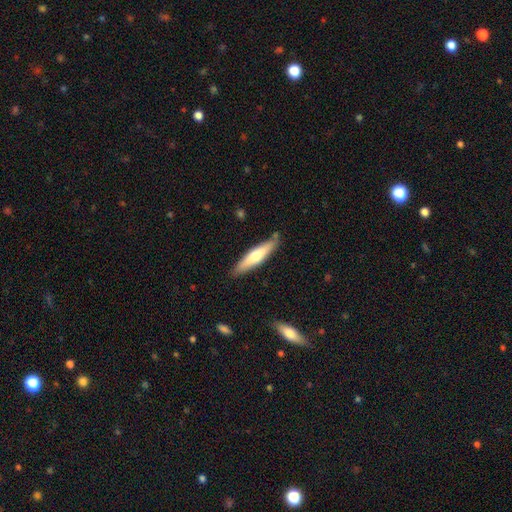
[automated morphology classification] Smooth or featured? smooth (57%)
How rounded? cigar-shaped (82%)
Merging? none (85%)